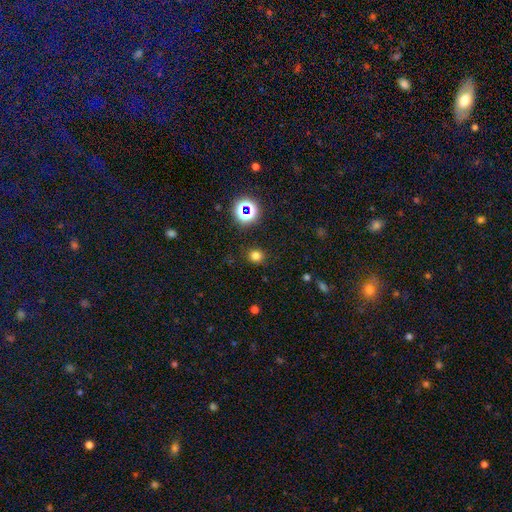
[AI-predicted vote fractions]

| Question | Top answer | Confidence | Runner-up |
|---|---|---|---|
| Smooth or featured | smooth | 74% | star or artifact (21%) |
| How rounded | round | 80% | in between (19%) |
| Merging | none | 89% | minor disturbance (7%) |